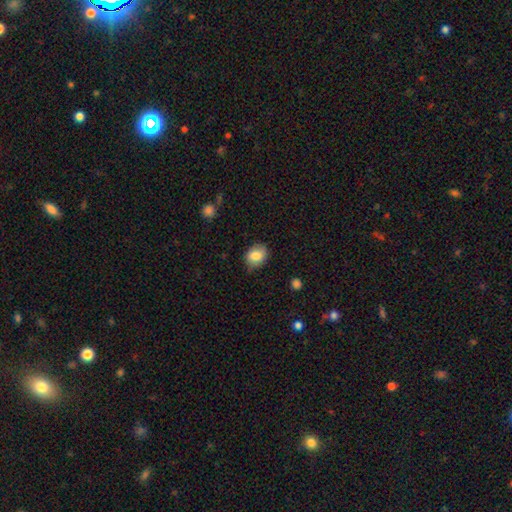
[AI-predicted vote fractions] smooth 83%, featured or disk 9%, star or artifact 8%. Down the decision tree: how rounded — in between (57%); merging — none (74%).